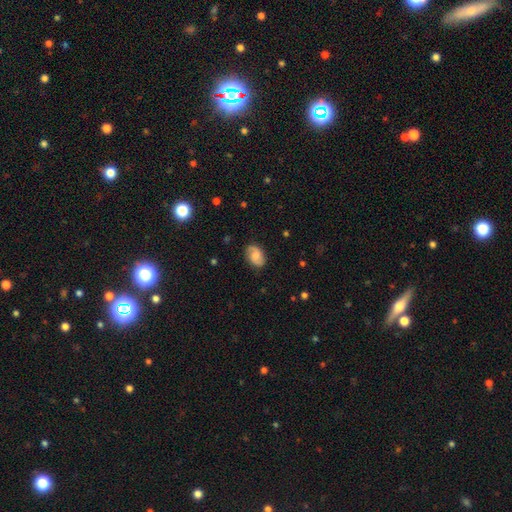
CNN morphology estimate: Overall: featured or disk (54%; smooth 38%). Edge-on disk: no (97%). Bar: no (58%; weak 36%). Spiral arms: yes (92%). Bulge size: none (30%, tied with moderate). Merging: none (81%).